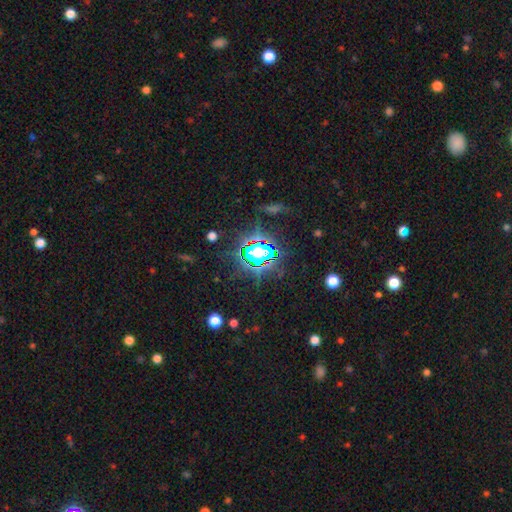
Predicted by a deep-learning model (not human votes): Smooth or featured? star or artifact (75%)